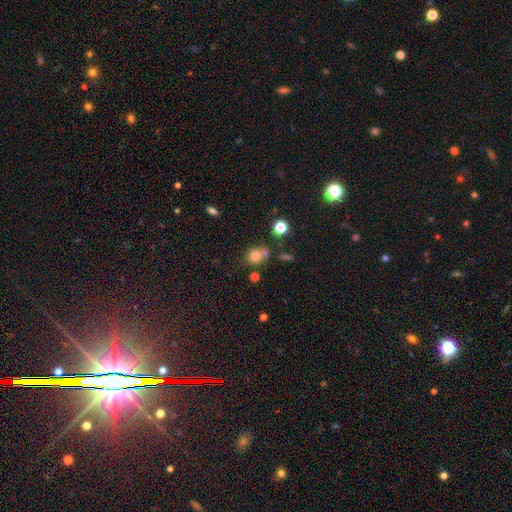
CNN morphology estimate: Smooth or featured?
  - smooth: 76% *
  - star or artifact: 14%
  - featured or disk: 10%
How rounded?
  - round: 80% *
  - in between: 19%
  - cigar-shaped: 1%
Merging?
  - none: 53% *
  - merger: 29%
  - minor disturbance: 12%
  - major disturbance: 5%